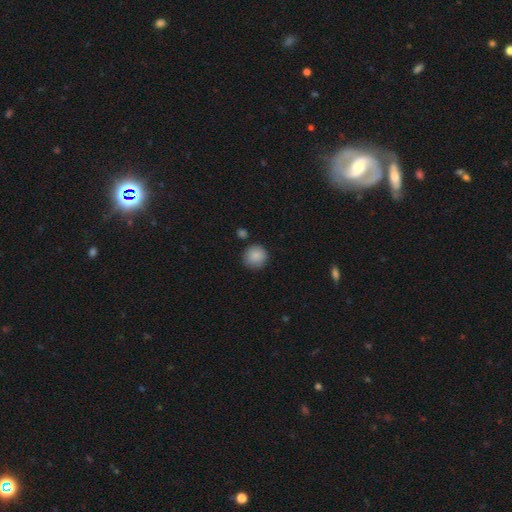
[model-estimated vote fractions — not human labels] A smooth galaxy with no disk features (88%) that is round (93%). Merging: none (84%).